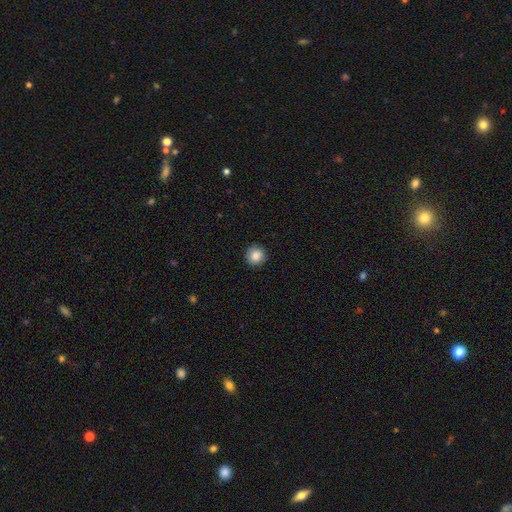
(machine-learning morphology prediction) smooth_or_featured: smooth (p=0.87) [alt: star or artifact p=0.09]
how_rounded: round (p=0.94) [alt: in between p=0.05]
merging: none (p=0.91) [alt: minor disturbance p=0.06]